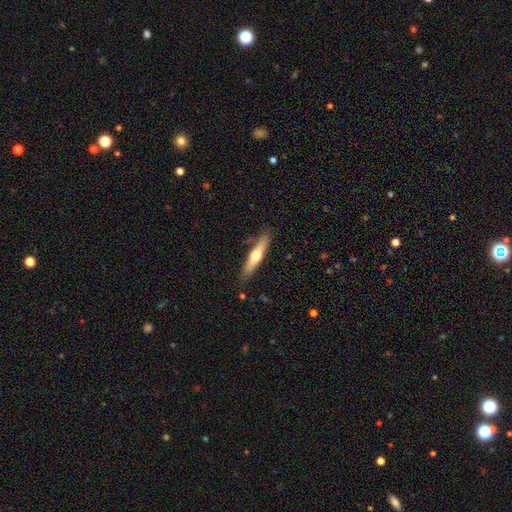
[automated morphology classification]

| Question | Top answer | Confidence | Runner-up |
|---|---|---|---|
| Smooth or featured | smooth | 48% | featured or disk (46%) |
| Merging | none | 83% | minor disturbance (12%) |